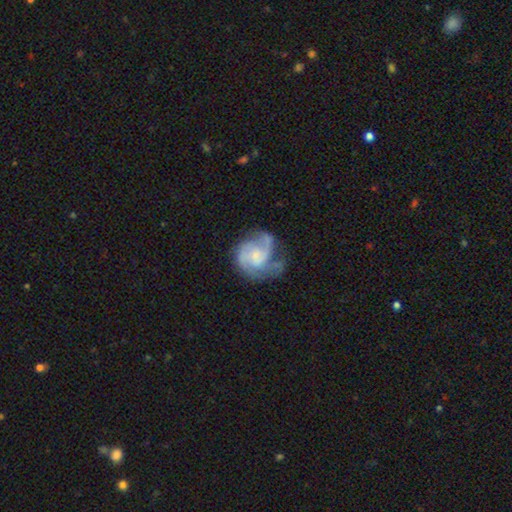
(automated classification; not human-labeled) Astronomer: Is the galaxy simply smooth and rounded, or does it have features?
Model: featured or disk — 77%.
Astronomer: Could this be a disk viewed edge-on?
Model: no — 98%.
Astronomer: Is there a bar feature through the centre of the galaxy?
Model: no — 64%.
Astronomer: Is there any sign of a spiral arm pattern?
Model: yes — 91%.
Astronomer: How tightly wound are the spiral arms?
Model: medium — 48% (runner-up: tight, 32%).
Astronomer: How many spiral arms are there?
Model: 2 — 38% (runner-up: 3, 30%).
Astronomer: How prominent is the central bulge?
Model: small — 56%.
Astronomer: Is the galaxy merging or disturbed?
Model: none — 47% (runner-up: minor disturbance, 26%).